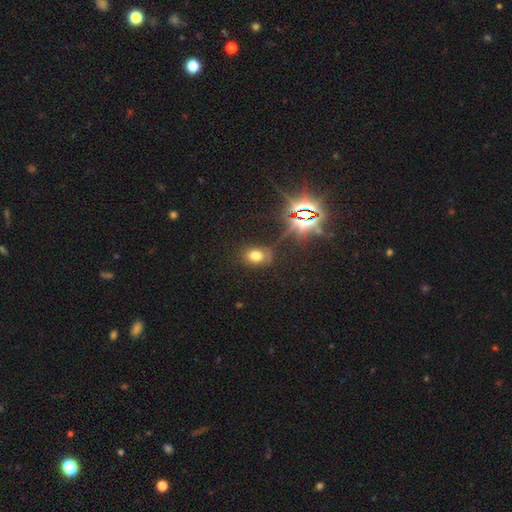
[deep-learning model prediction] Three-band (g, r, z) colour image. It shows a smooth galaxy with no disk features (66%) that is in between round and cigar-shaped (68%). Merging: none (74%).